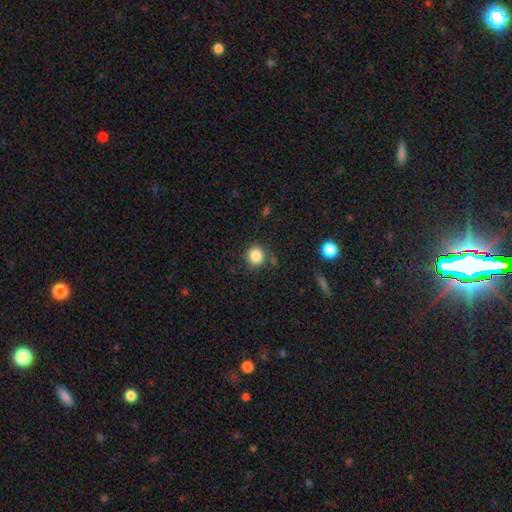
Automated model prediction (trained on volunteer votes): This appears to be a smooth galaxy with no disk features (85%) that is round (89%). Merging: none (79%).